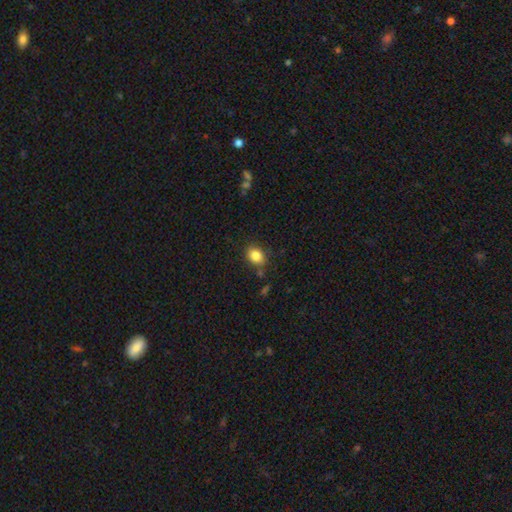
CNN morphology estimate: Smooth or featured?
  - smooth: 85% *
  - star or artifact: 10%
  - featured or disk: 6%
How rounded?
  - in between: 54% *
  - round: 45%
  - cigar-shaped: 1%
Merging?
  - none: 78% *
  - minor disturbance: 14%
  - merger: 4%
  - major disturbance: 4%